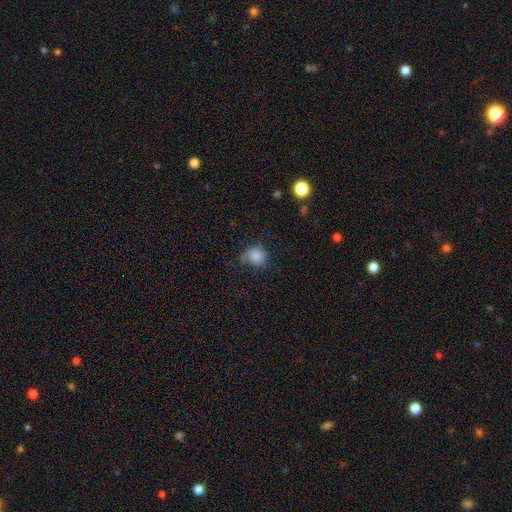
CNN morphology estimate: smooth 83%, star or artifact 11%, featured or disk 7%. Down the decision tree: how rounded — round (73%); merging — none (56%).